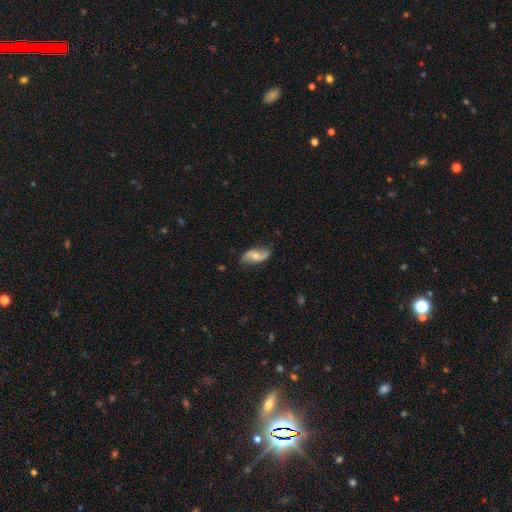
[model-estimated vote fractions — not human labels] Smooth or featured? Predicted: featured or disk (p=0.60). Edge-on disk? Predicted: no (p=0.93). Bar? Predicted: no (p=0.58). Spiral arms? Predicted: yes (p=0.88). Bulge size? Predicted: moderate (p=0.52). Merging? Predicted: none (p=0.78).